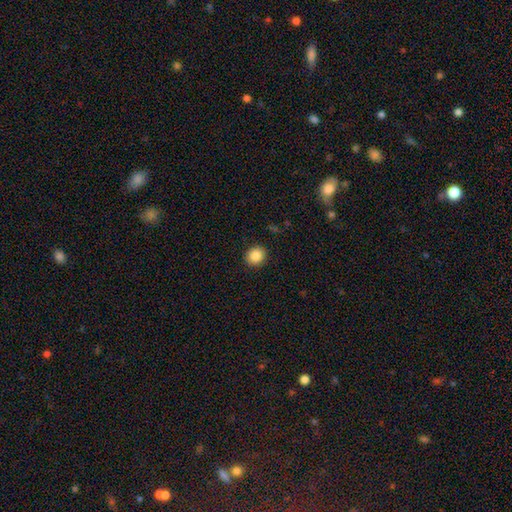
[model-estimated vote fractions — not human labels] smooth-or-featured: smooth: 88% | star or artifact: 9% | featured or disk: 3%
  how-rounded: round: 79% | in between: 20% | cigar-shaped: 1%
  merging: none: 91% | minor disturbance: 6% | major disturbance: 2% | merger: 1%